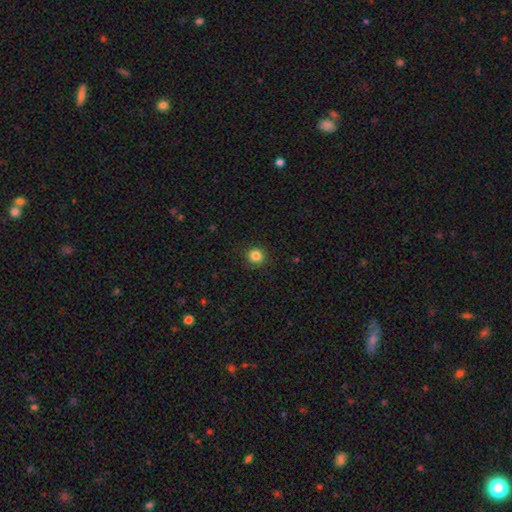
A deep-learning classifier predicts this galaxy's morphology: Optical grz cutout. It shows a smooth galaxy with no disk features (84%) that is round (92%). Merging: none (92%).